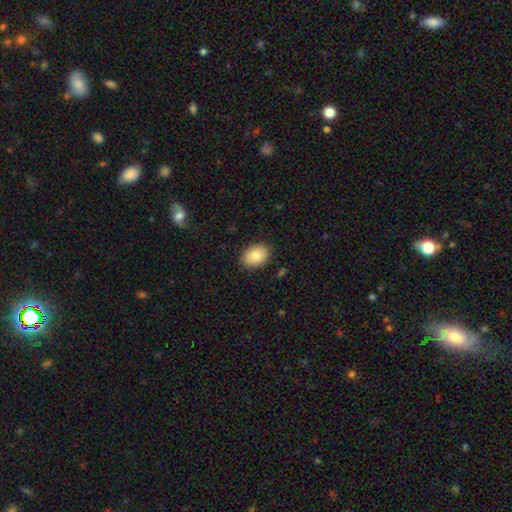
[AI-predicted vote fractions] smooth_or_featured: smooth (p=0.84) [alt: featured or disk p=0.09]
how_rounded: in between (p=0.76) [alt: round p=0.23]
merging: none (p=0.87) [alt: minor disturbance p=0.10]